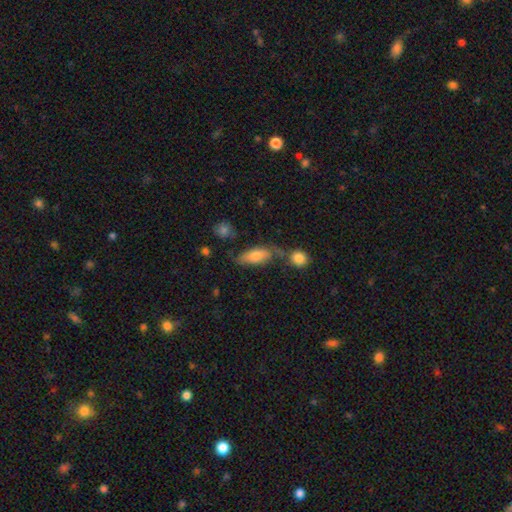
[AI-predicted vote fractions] Morphology: type=smooth (68%); roundness=in between (75%); merging=none (53%).